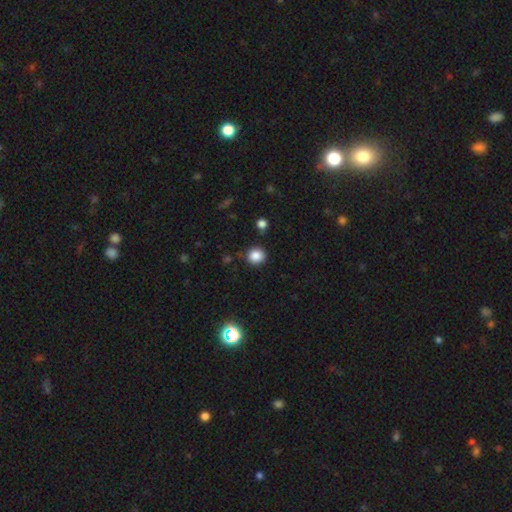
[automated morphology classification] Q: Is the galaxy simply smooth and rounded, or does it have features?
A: smooth — 85%.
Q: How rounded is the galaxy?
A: round — 88%.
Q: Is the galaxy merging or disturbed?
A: none — 85%.